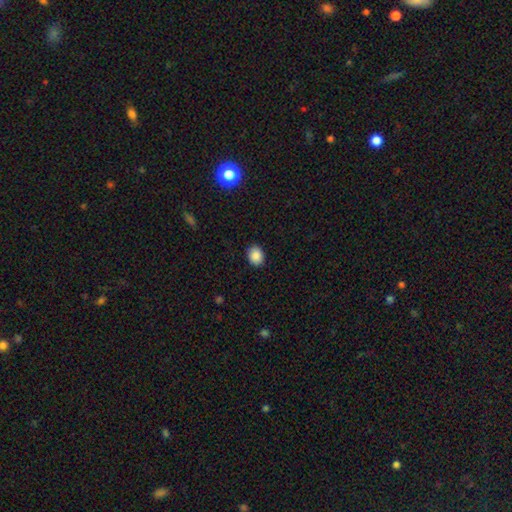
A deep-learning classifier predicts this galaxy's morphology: type=smooth (88%); roundness=in between (53%); merging=none (89%).